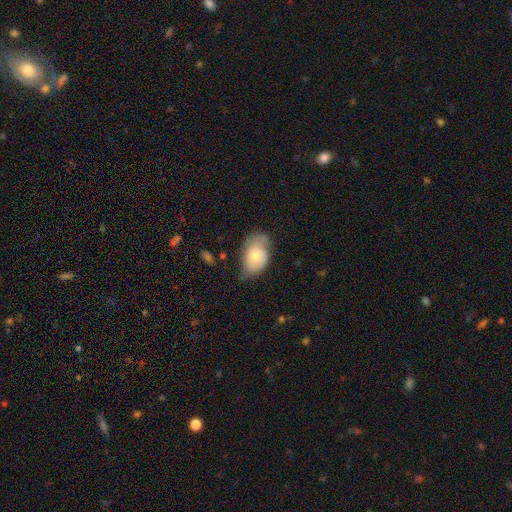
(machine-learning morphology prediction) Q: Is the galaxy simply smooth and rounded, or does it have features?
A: smooth — 63%.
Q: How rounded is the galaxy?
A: in between — 89%.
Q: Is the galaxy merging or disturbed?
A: none — 44%.